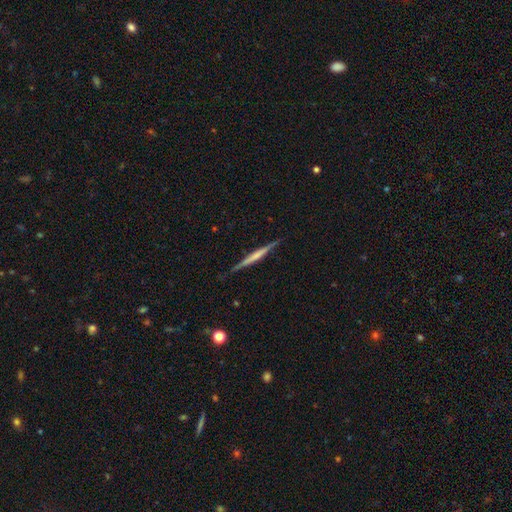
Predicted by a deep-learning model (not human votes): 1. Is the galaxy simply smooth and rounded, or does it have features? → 64% featured or disk, 31% smooth, 5% star or artifact.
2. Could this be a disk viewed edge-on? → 98% yes, 2% no.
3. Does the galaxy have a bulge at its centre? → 54% none, 27% rounded, 20% boxy.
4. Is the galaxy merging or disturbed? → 88% none, 9% minor disturbance, 2% major disturbance, 1% merger.